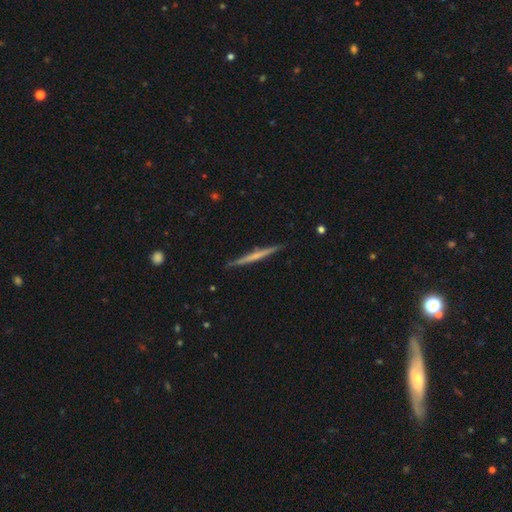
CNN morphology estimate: smooth_or_featured: featured or disk (p=0.61) [alt: smooth p=0.34]
disk_edge_on: yes (p=0.98) [alt: no p=0.02]
edge_on_bulge: none (p=0.67) [alt: rounded p=0.24]
merging: none (p=0.89) [alt: minor disturbance p=0.08]